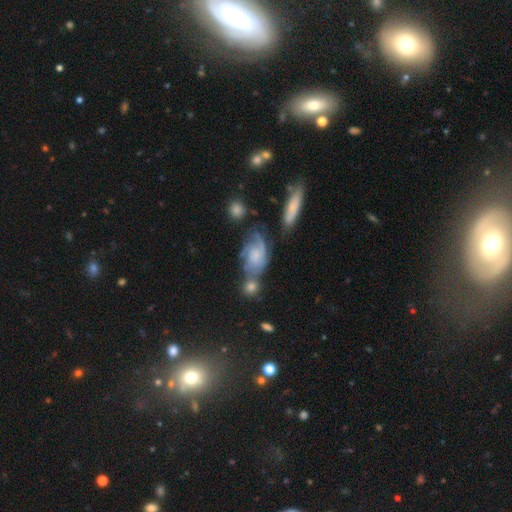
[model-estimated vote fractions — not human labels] smooth-or-featured: featured or disk: 65% | smooth: 26% | star or artifact: 9%
  disk-edge-on: no: 94% | yes: 6%
    bar: no: 71% | weak: 25% | strong: 4%
    has-spiral-arms: yes: 88% | no: 12%
      spiral-winding: tight: 44% | medium: 40% | loose: 16%
      spiral-arm-count: can't tell: 35% | 3: 23% | 2: 23% | 4: 8% | 1: 5% | more than 4: 5%
    bulge-size: small: 36% | none: 29% | moderate: 25% | large: 8% | dominant: 2%
  merging: none: 39% | merger: 29% | minor disturbance: 19% | major disturbance: 13%